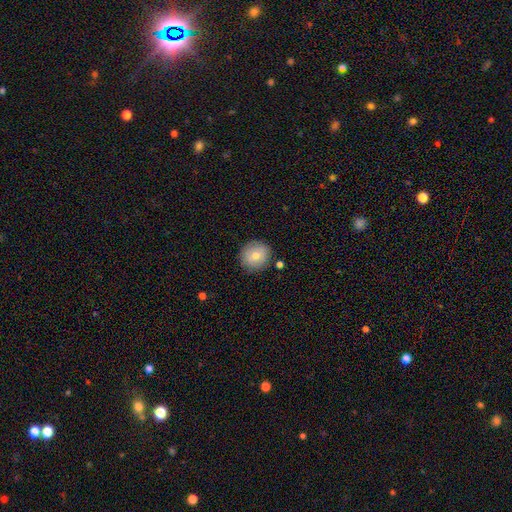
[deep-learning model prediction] The model was most divided on "smooth or featured": smooth: 78%, featured or disk: 14%, star or artifact: 8%. More confident: how rounded — round (91%); merging — none (85%).